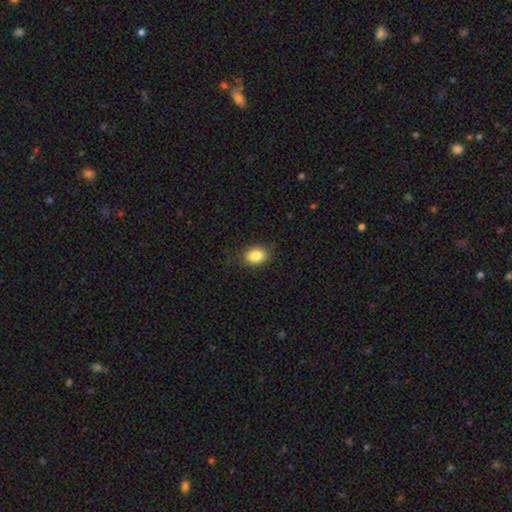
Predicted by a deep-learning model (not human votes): Morphology: type=smooth (85%); roundness=in between (68%); merging=none (86%).